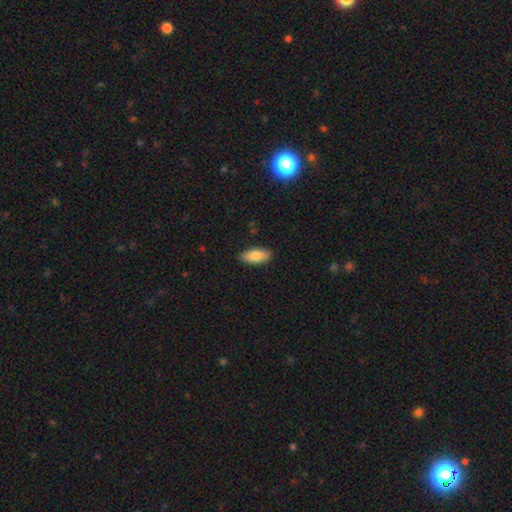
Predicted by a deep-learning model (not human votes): Smooth or featured? smooth (86%)
How rounded? in between (87%)
Merging? none (88%)